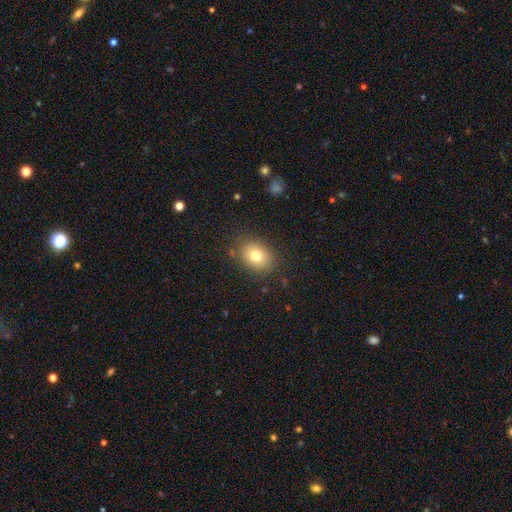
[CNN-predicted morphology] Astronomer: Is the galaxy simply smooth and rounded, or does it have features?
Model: smooth — 77%.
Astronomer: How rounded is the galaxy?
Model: in between — 61% (runner-up: round, 38%).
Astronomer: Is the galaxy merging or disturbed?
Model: none — 84%.